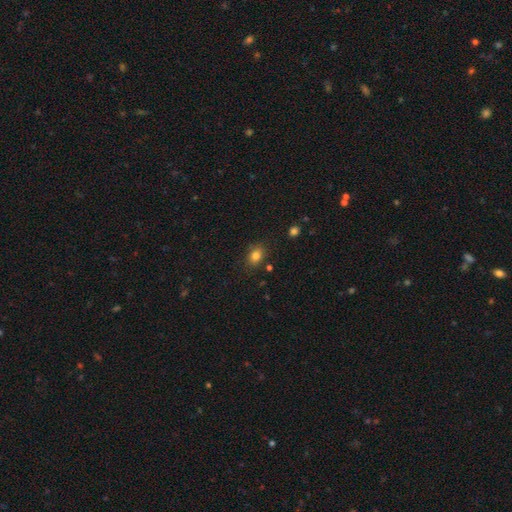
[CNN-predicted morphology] smooth_or_featured: smooth (p=0.82) [alt: star or artifact p=0.12]
how_rounded: in between (p=0.62) [alt: round p=0.37]
merging: none (p=0.82) [alt: minor disturbance p=0.12]